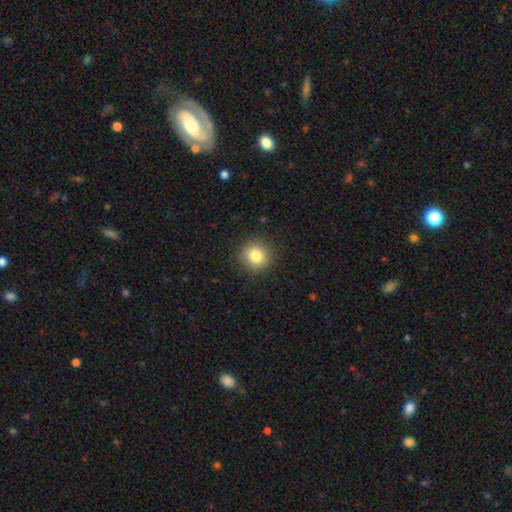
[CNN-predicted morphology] Smooth or featured? Predicted: smooth (p=0.81). How rounded? Predicted: round (p=0.91). Merging? Predicted: none (p=0.90).